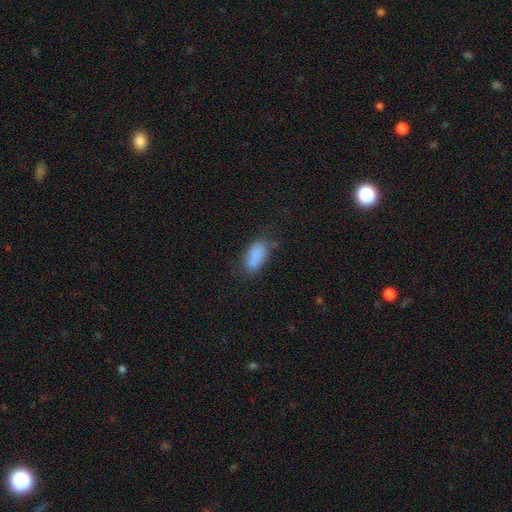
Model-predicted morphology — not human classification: A smooth galaxy with no disk features (84%) that is in between round and cigar-shaped (90%). Merging: none (64%).